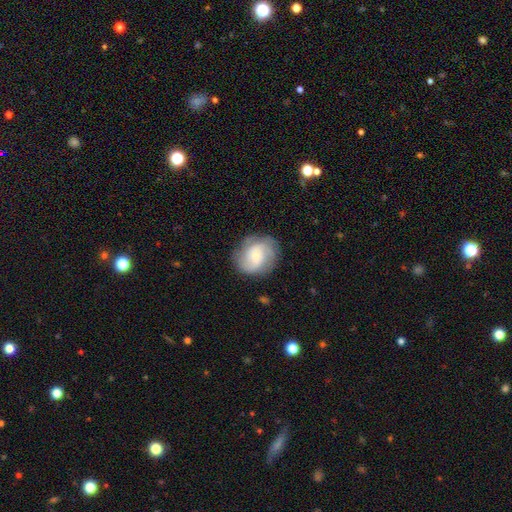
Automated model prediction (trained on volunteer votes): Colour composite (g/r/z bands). It shows a featured or disk galaxy (65%) with no bar (52%), 2 (45%) medium (45%) spiral arms (91%) and a small central bulge (62%). Merging: none (77%).